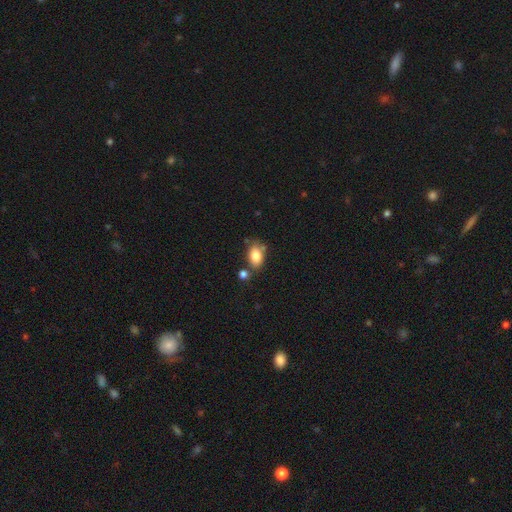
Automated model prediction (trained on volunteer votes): Smooth or featured?
  - smooth: 81% *
  - featured or disk: 10%
  - star or artifact: 9%
How rounded?
  - in between: 85% *
  - round: 13%
  - cigar-shaped: 2%
Merging?
  - none: 64% *
  - minor disturbance: 17%
  - merger: 14%
  - major disturbance: 4%